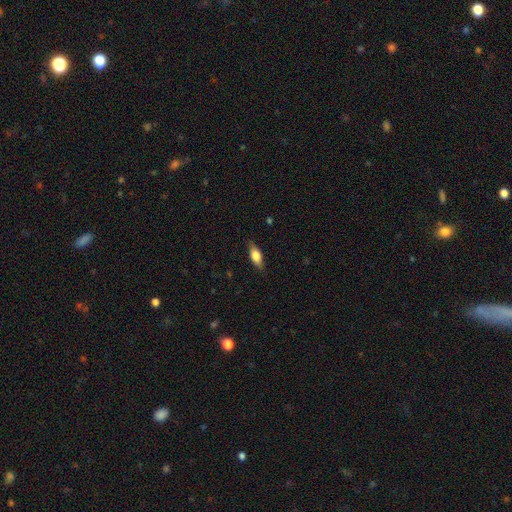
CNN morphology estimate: This is likely a smooth galaxy (66%). How rounded: likely in between (71%). Merging: clearly none (81%).